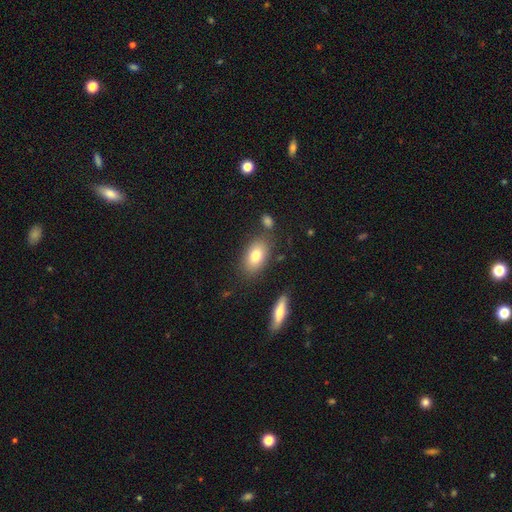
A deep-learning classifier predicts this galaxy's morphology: A smooth galaxy with no disk features (77%) that is in between round and cigar-shaped (88%).

Vote fractions:
- Smooth or featured? smooth: 77% / featured or disk: 15% / star or artifact: 8%
- How rounded? in between: 88% / round: 9% / cigar-shaped: 3%
- Merging? none: 78% / minor disturbance: 12% / merger: 6% / major disturbance: 4%